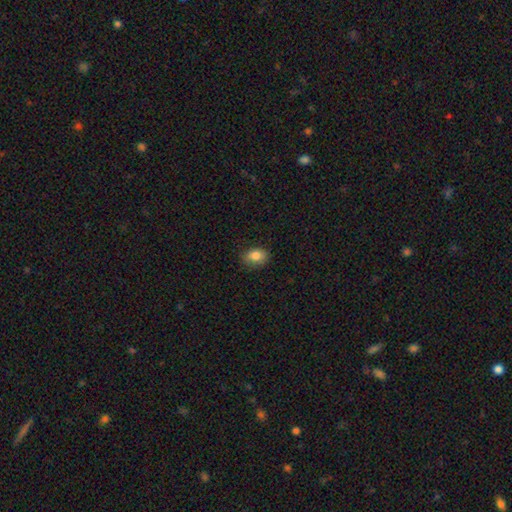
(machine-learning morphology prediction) smooth_or_featured: smooth (p=0.84) [alt: star or artifact p=0.09]
how_rounded: in between (p=0.73) [alt: round p=0.26]
merging: none (p=0.81) [alt: minor disturbance p=0.15]